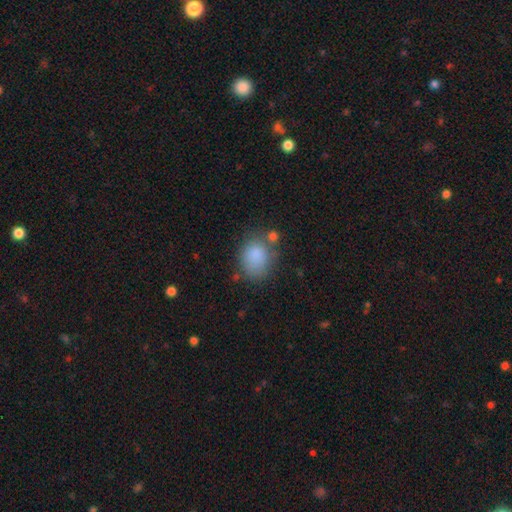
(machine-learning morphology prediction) Smooth or featured?
  - smooth: 84% *
  - star or artifact: 9%
  - featured or disk: 7%
How rounded?
  - round: 57% *
  - in between: 41%
  - cigar-shaped: 1%
Merging?
  - none: 58% *
  - minor disturbance: 22%
  - merger: 12%
  - major disturbance: 8%